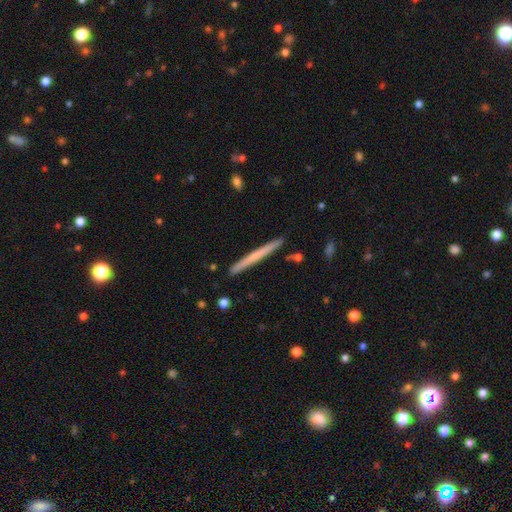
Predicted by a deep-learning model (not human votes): A smooth galaxy with no disk features (50%). Merging: none (92%).